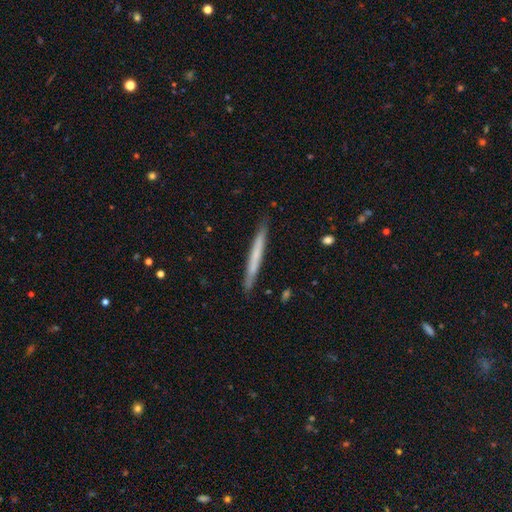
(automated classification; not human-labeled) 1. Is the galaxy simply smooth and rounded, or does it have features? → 56% smooth, 38% featured or disk, 6% star or artifact.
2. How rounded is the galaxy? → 97% cigar-shaped, 2% in between, 1% round.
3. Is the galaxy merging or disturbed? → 89% none, 8% minor disturbance, 1% major disturbance, 1% merger.